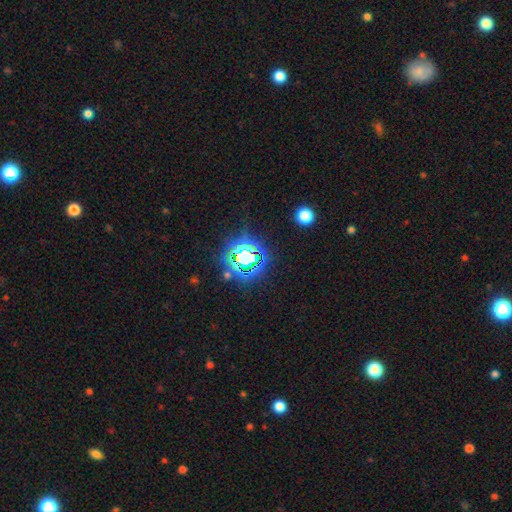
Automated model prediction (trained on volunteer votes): Smooth or featured? Predicted: star or artifact (p=0.82).